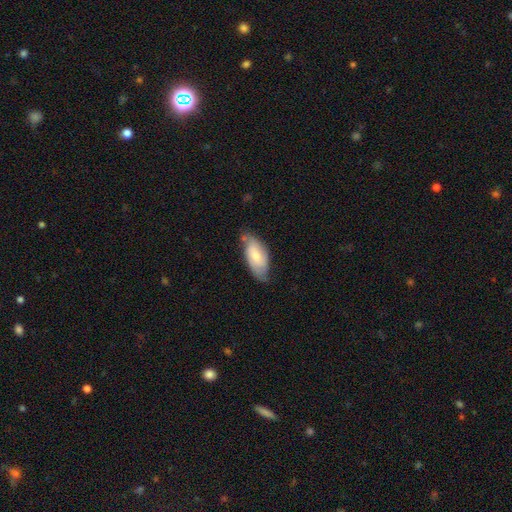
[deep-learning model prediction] Smooth or featured?
  - smooth: 60% *
  - featured or disk: 34%
  - star or artifact: 6%
How rounded?
  - in between: 88% *
  - cigar-shaped: 10%
  - round: 2%
Merging?
  - none: 57% *
  - minor disturbance: 34%
  - major disturbance: 6%
  - merger: 3%